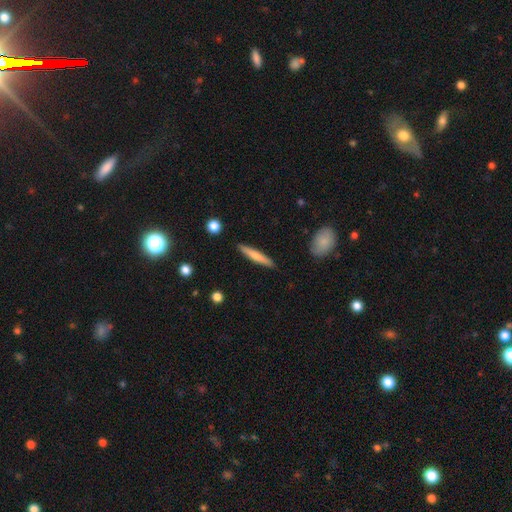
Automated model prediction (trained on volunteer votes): Smooth or featured? Predicted: smooth (p=0.66). How rounded? Predicted: cigar-shaped (p=0.93). Merging? Predicted: none (p=0.90).